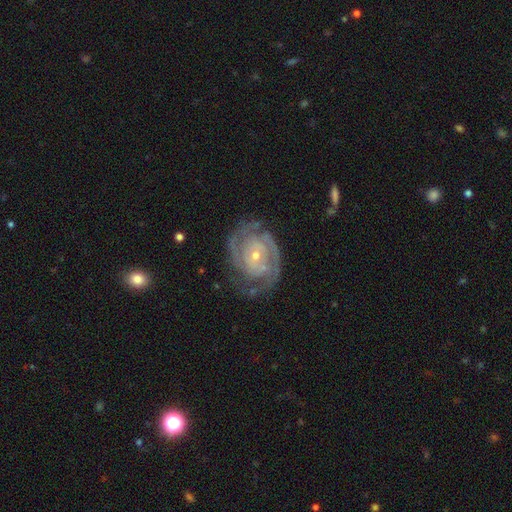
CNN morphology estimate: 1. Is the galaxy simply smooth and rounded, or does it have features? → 90% featured or disk, 5% smooth, 5% star or artifact.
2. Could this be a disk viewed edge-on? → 97% no, 3% yes.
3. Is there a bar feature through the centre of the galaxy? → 67% no, 25% weak, 8% strong.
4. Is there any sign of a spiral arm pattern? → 97% yes, 3% no.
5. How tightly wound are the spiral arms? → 65% tight, 30% medium, 5% loose.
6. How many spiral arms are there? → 58% 2, 15% 3, 14% can't tell, 5% 4, 4% 1, 4% more than 4.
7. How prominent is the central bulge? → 66% small, 30% moderate, 1% large, 1% none, 1% dominant.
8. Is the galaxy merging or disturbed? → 72% none, 18% minor disturbance, 9% major disturbance, 2% merger.